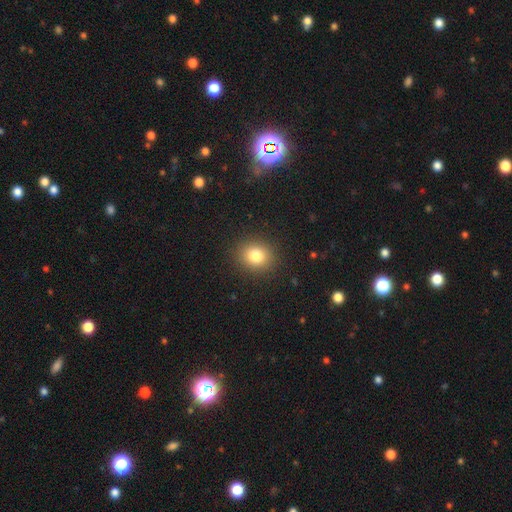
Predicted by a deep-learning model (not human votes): Morphology: type=smooth (81%); roundness=round (72%); merging=none (90%).